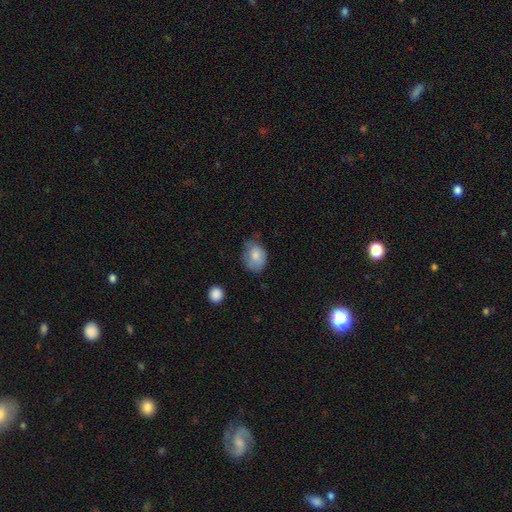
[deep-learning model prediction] Smooth or featured?
  - smooth: 76% *
  - featured or disk: 16%
  - star or artifact: 8%
How rounded?
  - in between: 67% *
  - round: 32%
  - cigar-shaped: 1%
Merging?
  - none: 50% *
  - minor disturbance: 36%
  - major disturbance: 11%
  - merger: 2%